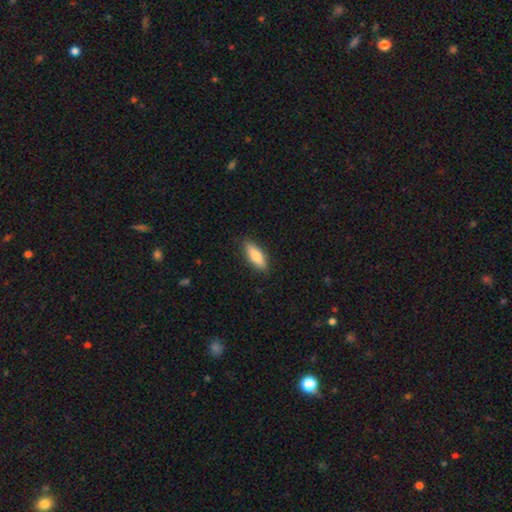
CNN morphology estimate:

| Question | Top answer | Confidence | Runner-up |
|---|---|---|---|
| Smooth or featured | smooth | 78% | featured or disk (16%) |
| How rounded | in between | 57% | cigar-shaped (41%) |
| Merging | none | 87% | minor disturbance (10%) |